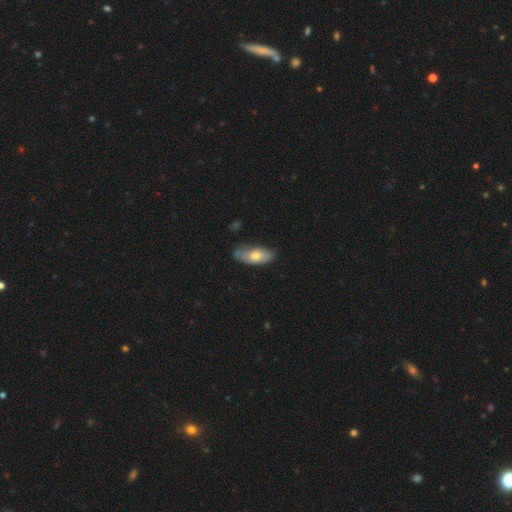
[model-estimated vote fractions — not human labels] smooth-or-featured: smooth: 67% | featured or disk: 27% | star or artifact: 6%
  how-rounded: in between: 85% | cigar-shaped: 12% | round: 3%
  merging: none: 64% | minor disturbance: 29% | major disturbance: 6% | merger: 2%